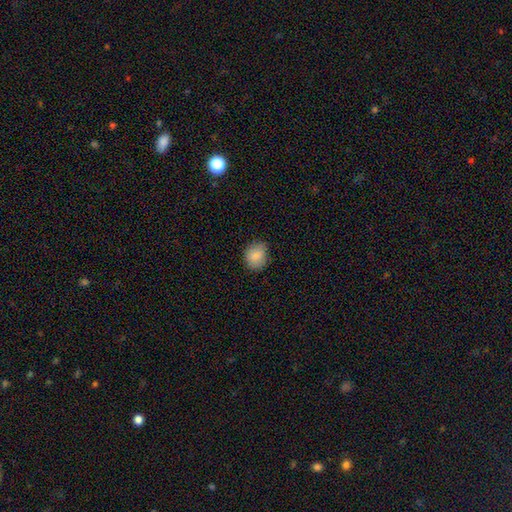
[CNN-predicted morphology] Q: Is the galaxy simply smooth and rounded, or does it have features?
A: smooth — 87%.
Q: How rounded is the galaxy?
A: round — 61%.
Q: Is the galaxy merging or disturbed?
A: none — 78%.